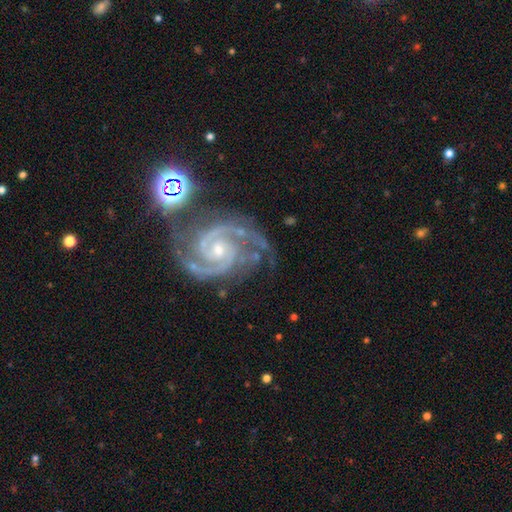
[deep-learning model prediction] The model was most divided on "spiral winding": medium: 49%, tight: 45%, loose: 6%. More confident: spiral arms — yes (99%); edge-on disk — no (98%); smooth or featured — featured or disk (92%); spiral arm count — 2 (80%); bar — no (65%); bulge size — small (62%); merging — none (61%).